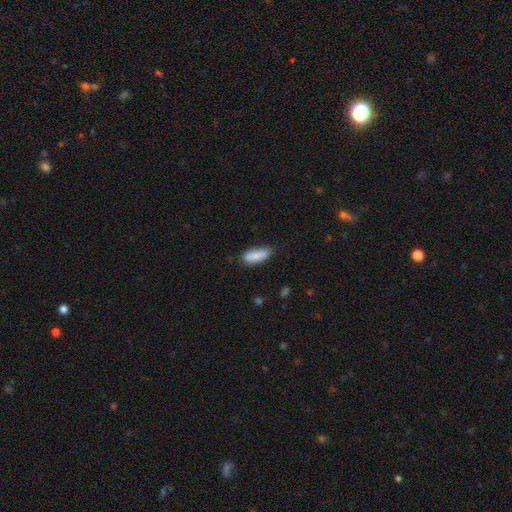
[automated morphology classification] This appears to be a smooth galaxy with no disk features (86%) that is in between round and cigar-shaped (66%). Merging: none (77%).